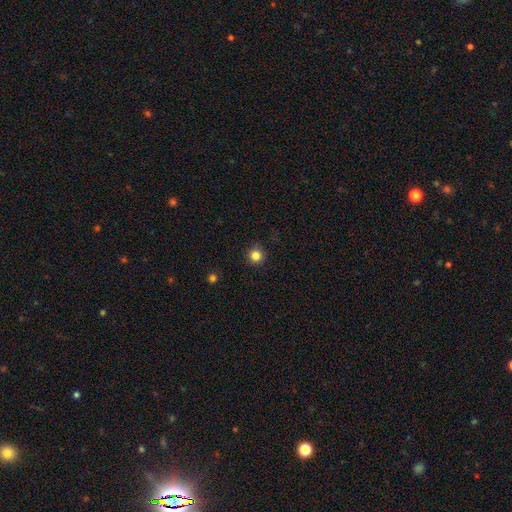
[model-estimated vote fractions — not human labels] smooth 84%, star or artifact 12%, featured or disk 4%. Down the decision tree: how rounded — round (95%); merging — none (90%).